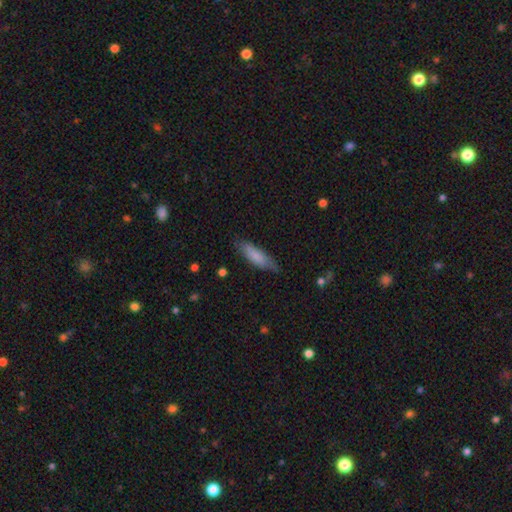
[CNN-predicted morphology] A smooth galaxy with no disk features (77%) that is cigar-shaped (55%). Merging: none (73%).